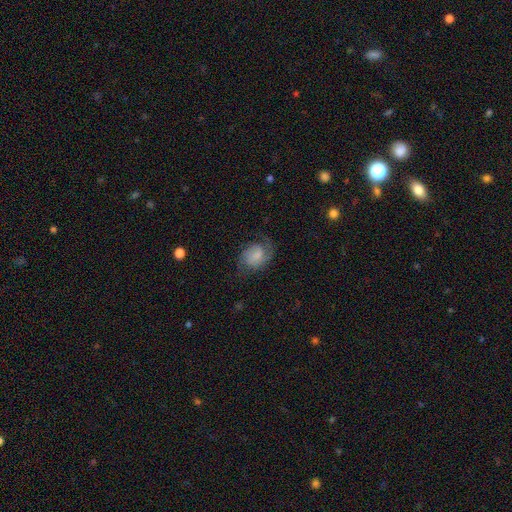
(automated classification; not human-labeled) Overall: featured or disk (58%; smooth 34%). Edge-on disk: no (97%). Bar: no (60%; weak 34%). Spiral arms: yes (91%). Spiral arm count: 2 (72%). Spiral winding: medium (46%; tight 28%). Bulge size: small (40%; moderate 25%). Merging: none (62%).